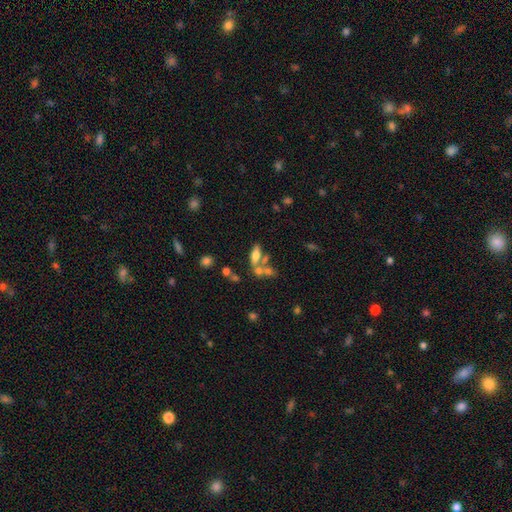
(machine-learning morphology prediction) Overall: smooth (57%; featured or disk 31%). How rounded: in between (70%). Merging: none (41%; merger 39%).